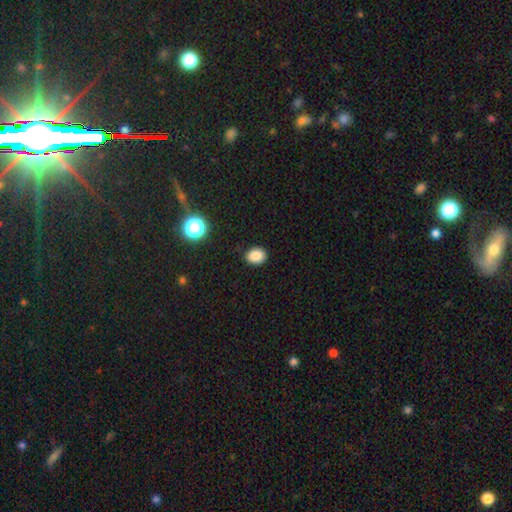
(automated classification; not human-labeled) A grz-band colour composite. It shows a smooth galaxy with no disk features (85%) that is in between round and cigar-shaped (56%). Merging: none (89%).